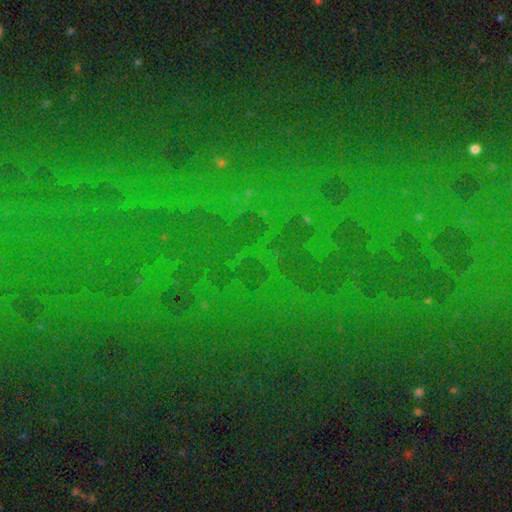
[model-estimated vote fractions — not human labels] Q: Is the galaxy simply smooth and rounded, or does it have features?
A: star or artifact — 81%.